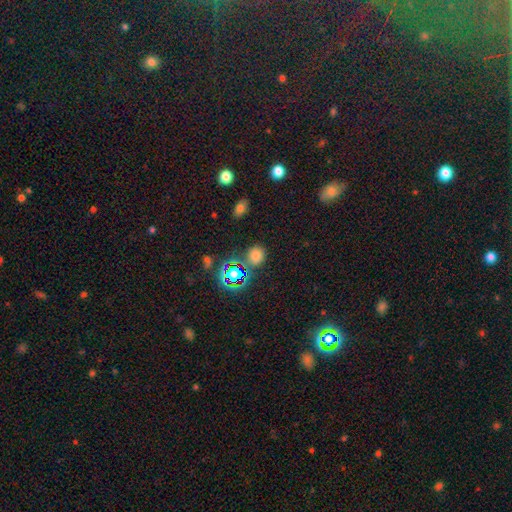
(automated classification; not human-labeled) Smooth or featured?
  - smooth: 66% *
  - star or artifact: 28%
  - featured or disk: 6%
How rounded?
  - round: 70% *
  - in between: 28%
  - cigar-shaped: 1%
Merging?
  - none: 75% *
  - minor disturbance: 13%
  - merger: 7%
  - major disturbance: 5%